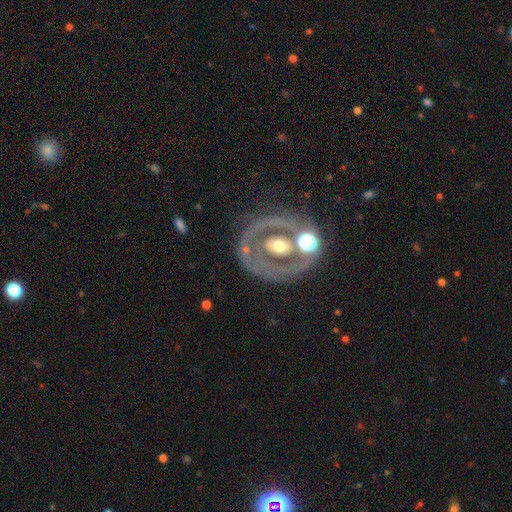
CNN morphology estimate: Smooth or featured? featured or disk (68%)
Edge-on disk? no (93%)
Bar? no (59%)
Spiral arms? no (67%)
Bulge size? moderate (63%)
Merging? none (62%)